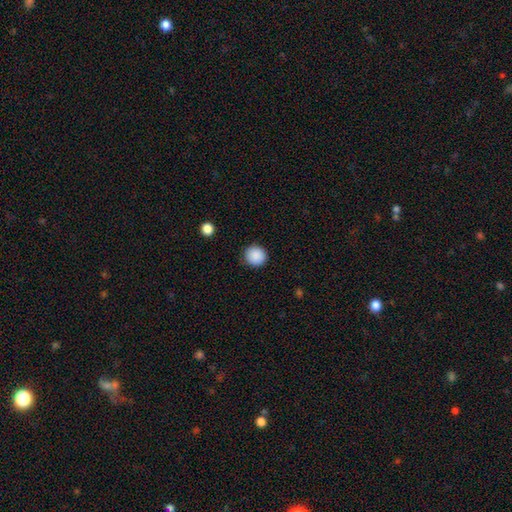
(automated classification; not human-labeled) smooth 89%, star or artifact 8%, featured or disk 3%. Down the decision tree: how rounded — round (93%); merging — none (91%).